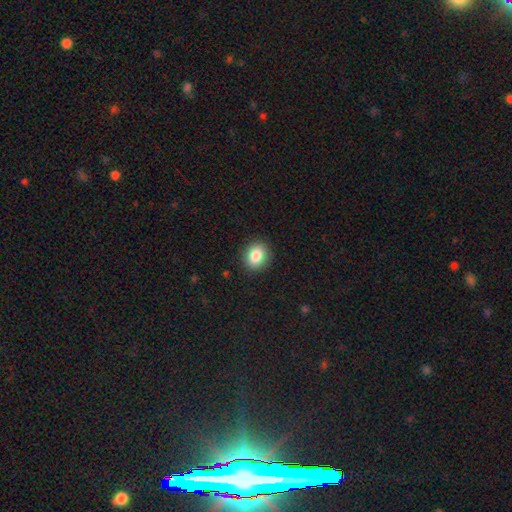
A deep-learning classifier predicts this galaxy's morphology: Smooth or featured? smooth (85%)
How rounded? round (66%)
Merging? none (90%)